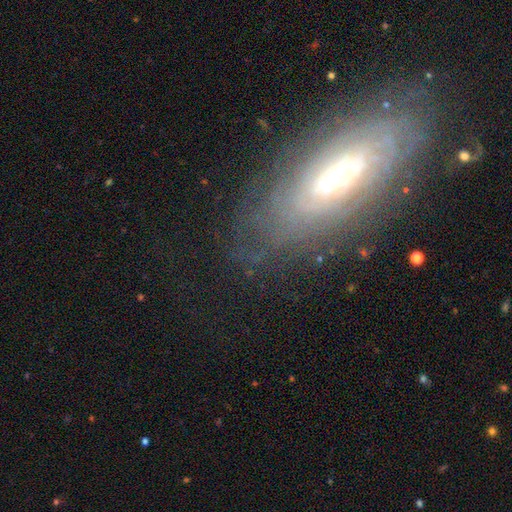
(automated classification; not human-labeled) This appears to be a featured or disk galaxy (72%) with no bar (49%), spiral arms (75%) and a moderate central bulge (47%). Merging: none (78%).